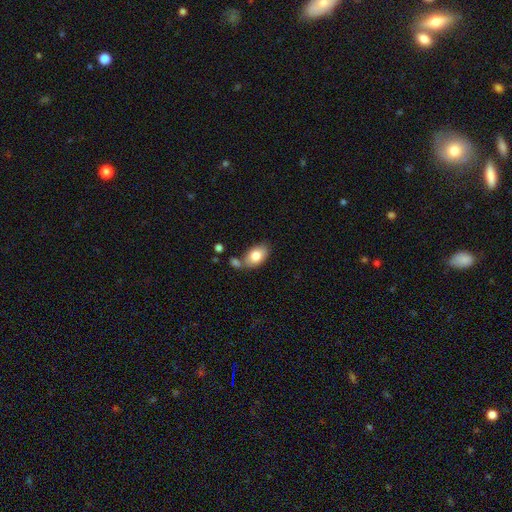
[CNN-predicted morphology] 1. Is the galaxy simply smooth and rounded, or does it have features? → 81% smooth, 12% featured or disk, 7% star or artifact.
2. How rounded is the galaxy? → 89% in between, 10% round, 1% cigar-shaped.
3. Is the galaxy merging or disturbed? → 61% none, 19% merger, 16% minor disturbance, 5% major disturbance.